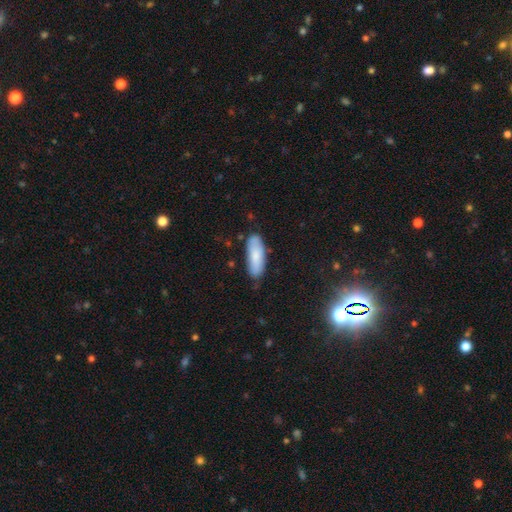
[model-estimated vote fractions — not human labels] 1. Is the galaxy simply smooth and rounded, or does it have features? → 79% smooth, 14% featured or disk, 6% star or artifact.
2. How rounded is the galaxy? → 63% in between, 36% cigar-shaped, 2% round.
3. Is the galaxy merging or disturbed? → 79% none, 16% minor disturbance, 3% major disturbance, 2% merger.